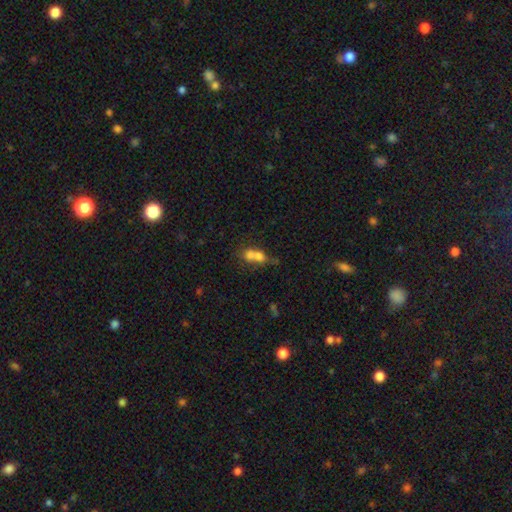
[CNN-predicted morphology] Smooth or featured: smooth — 66% (featured or disk — 22%)
How rounded: round — 50% (in between — 45%)
Merging: merger — 70% (none — 19%)